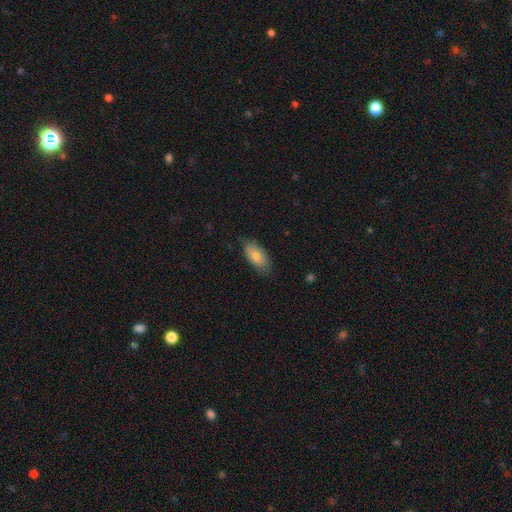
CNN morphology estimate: Overall: smooth (74%). How rounded: in between (91%). Merging: none (78%).